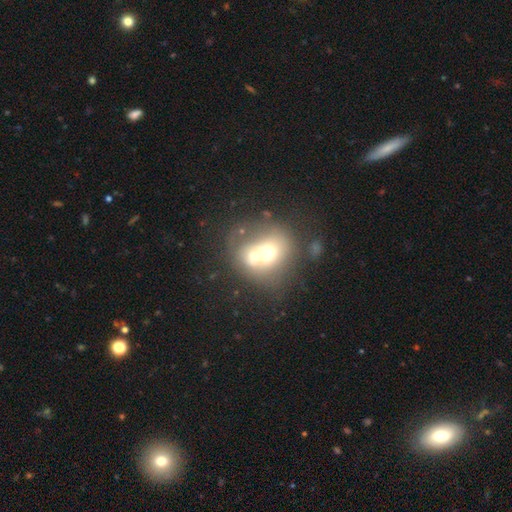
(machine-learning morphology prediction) Q: Smooth or featured?
A: smooth (56%); runner-up: featured or disk (32%)
Q: How rounded?
A: round (65%); runner-up: in between (34%)
Q: Merging?
A: merger (66%); runner-up: none (19%)